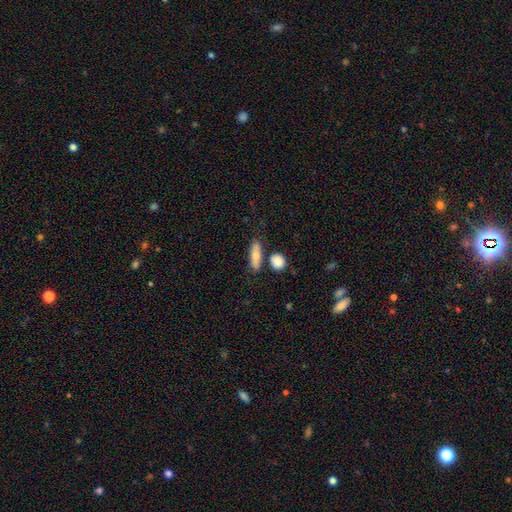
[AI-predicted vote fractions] Smooth or featured?
  - smooth: 72% *
  - featured or disk: 21%
  - star or artifact: 7%
How rounded?
  - in between: 57% *
  - cigar-shaped: 37%
  - round: 6%
Merging?
  - none: 70% *
  - minor disturbance: 14%
  - merger: 12%
  - major disturbance: 4%